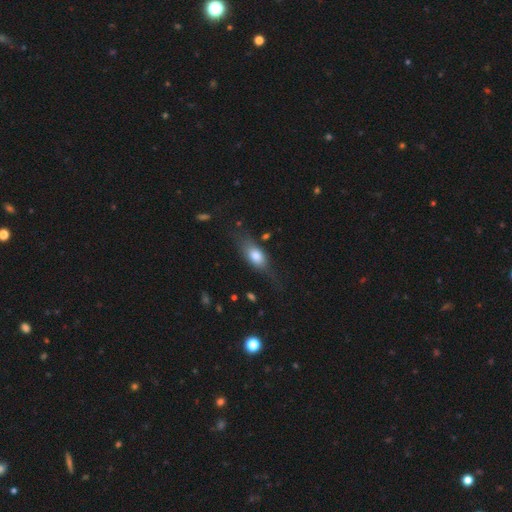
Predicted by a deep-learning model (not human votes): A smooth galaxy with no disk features (68%) that is in between round and cigar-shaped (77%). Merging: none (59%).